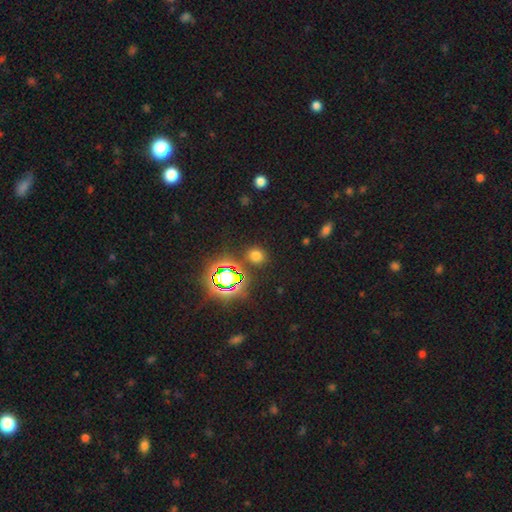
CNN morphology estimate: Overall: smooth (63%; star or artifact 31%). How rounded: round (74%). Merging: none (85%).